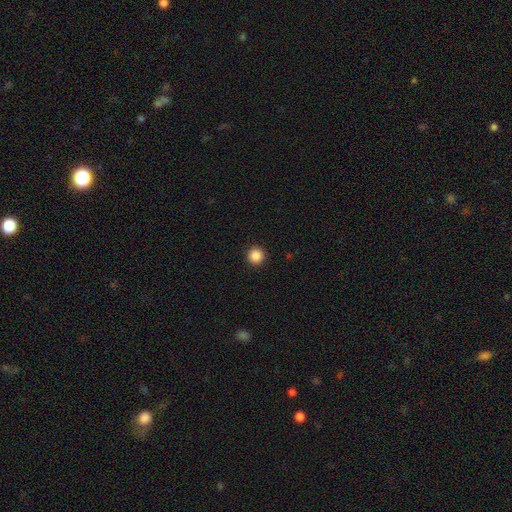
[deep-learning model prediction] Overall: smooth (88%). How rounded: round (96%). Merging: none (93%).